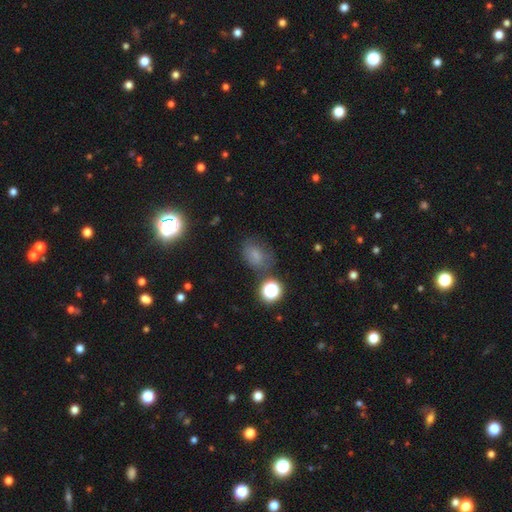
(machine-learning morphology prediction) Overall: smooth (64%). How rounded: in between (67%; round 31%). Merging: none (62%).